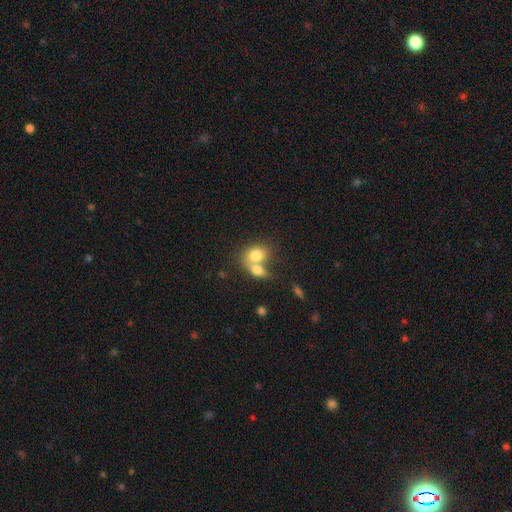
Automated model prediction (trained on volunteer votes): smooth_or_featured: smooth (p=0.77) [alt: featured or disk p=0.14]
how_rounded: in between (p=0.56) [alt: round p=0.43]
merging: merger (p=0.65) [alt: none p=0.25]